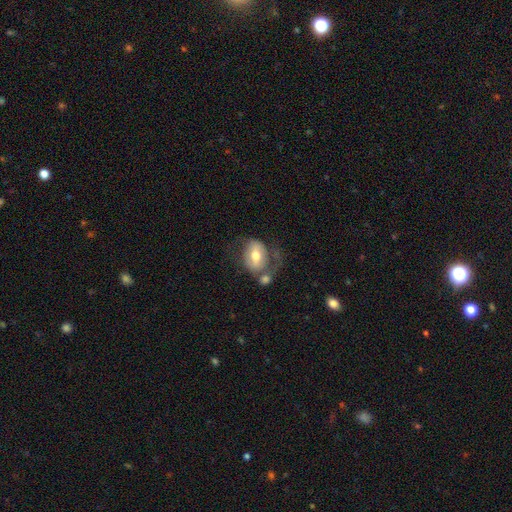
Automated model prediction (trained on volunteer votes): Smooth or featured? Predicted: featured or disk (p=0.48). Merging? Predicted: none (p=0.37).